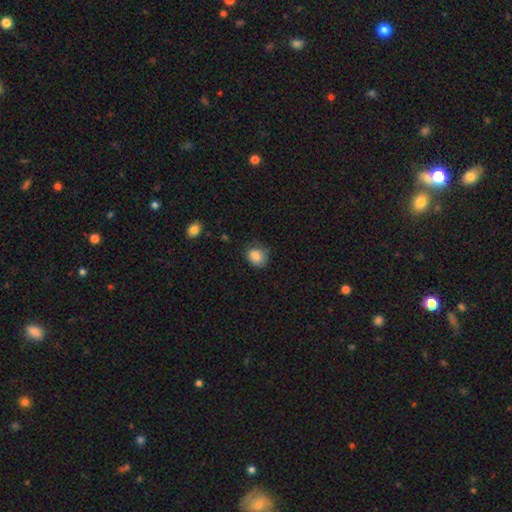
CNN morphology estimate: smooth-or-featured: smooth: 83% | star or artifact: 9% | featured or disk: 8%
  how-rounded: round: 56% | in between: 43% | cigar-shaped: 1%
  merging: none: 64% | minor disturbance: 27% | major disturbance: 6% | merger: 2%